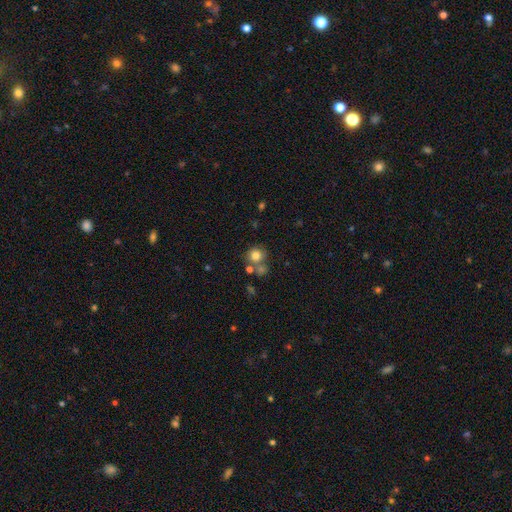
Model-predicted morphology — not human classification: type=smooth (79%); roundness=round (86%); merging=none (59%).